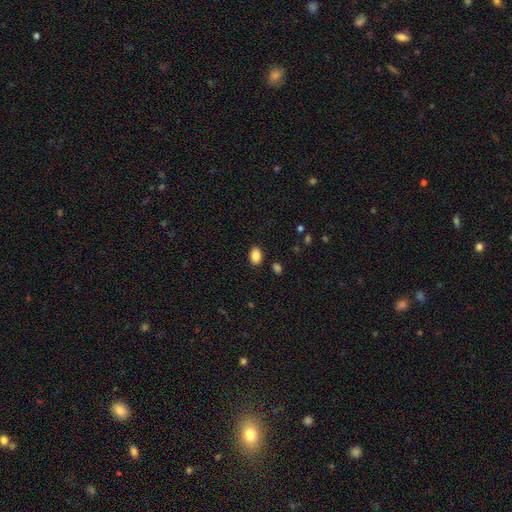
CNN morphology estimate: The model was most divided on "how rounded": in between: 81%, round: 18%, cigar-shaped: 1%. More confident: smooth or featured — smooth (87%); merging — none (86%).